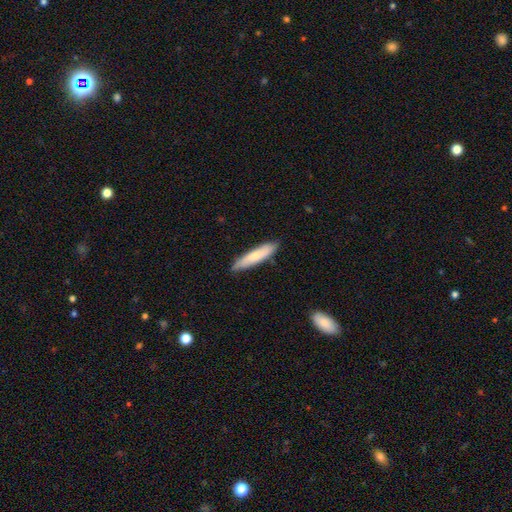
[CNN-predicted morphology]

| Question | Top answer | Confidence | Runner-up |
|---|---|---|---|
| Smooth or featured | smooth | 72% | featured or disk (23%) |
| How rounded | cigar-shaped | 82% | in between (17%) |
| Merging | none | 84% | minor disturbance (13%) |